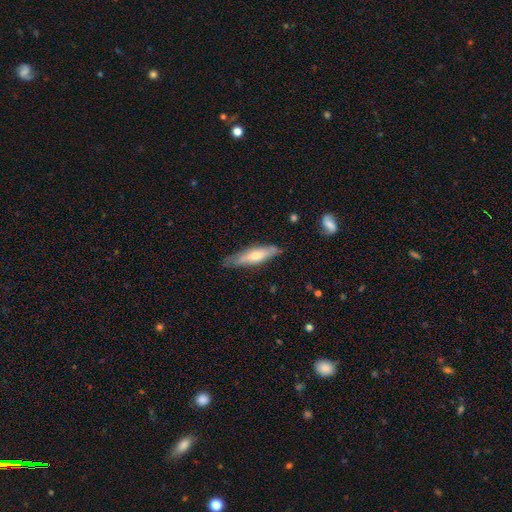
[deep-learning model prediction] Smooth or featured? Predicted: smooth (p=0.51). How rounded? Predicted: cigar-shaped (p=0.71). Merging? Predicted: none (p=0.72).